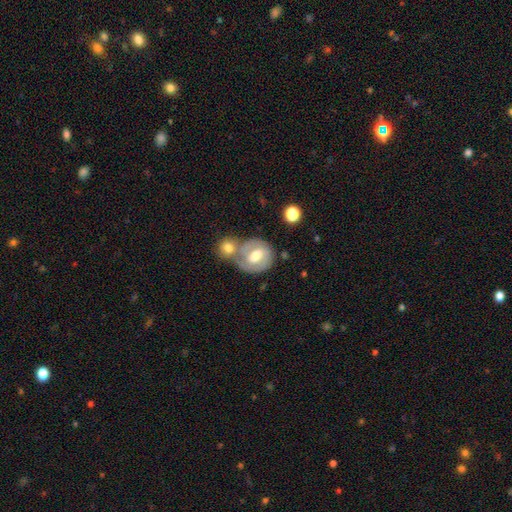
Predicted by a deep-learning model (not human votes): smooth_or_featured: featured or disk (p=0.58) [alt: smooth p=0.36]
disk_edge_on: no (p=0.96) [alt: yes p=0.04]
bar: weak (p=0.52) [alt: no p=0.25]
has_spiral_arms: yes (p=0.67) [alt: no p=0.33]
bulge_size: moderate (p=0.71) [alt: large p=0.16]
merging: merger (p=0.44) [alt: none p=0.36]